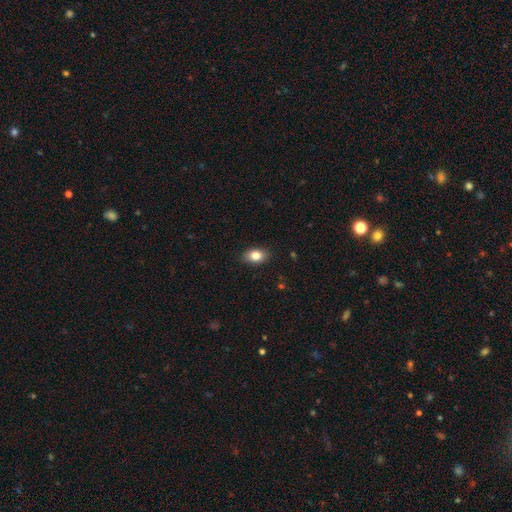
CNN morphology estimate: This is clearly a smooth galaxy (84%). How rounded: clearly in between (85%). Merging: clearly none (88%).